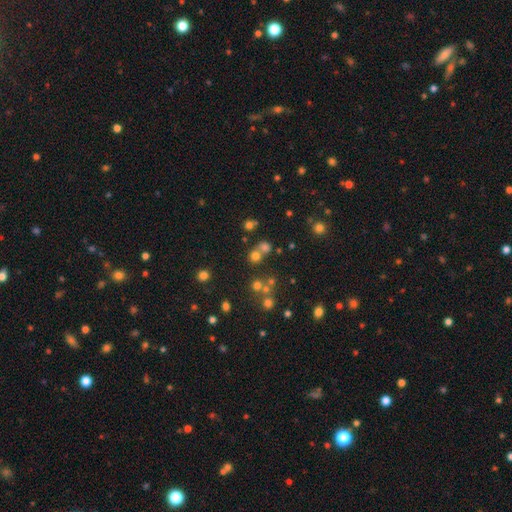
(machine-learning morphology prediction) This is likely a smooth galaxy (66%). How rounded: clearly round (87%). Merging: likely none (60%).